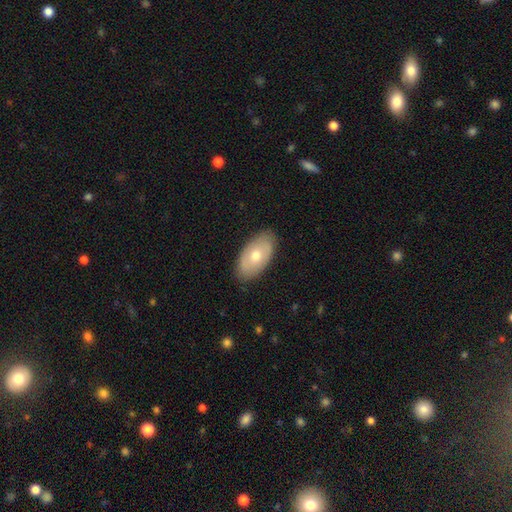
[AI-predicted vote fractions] The model was most divided on "smooth or featured": smooth: 60%, featured or disk: 34%, star or artifact: 6%. More confident: how rounded — in between (94%); merging — none (84%).